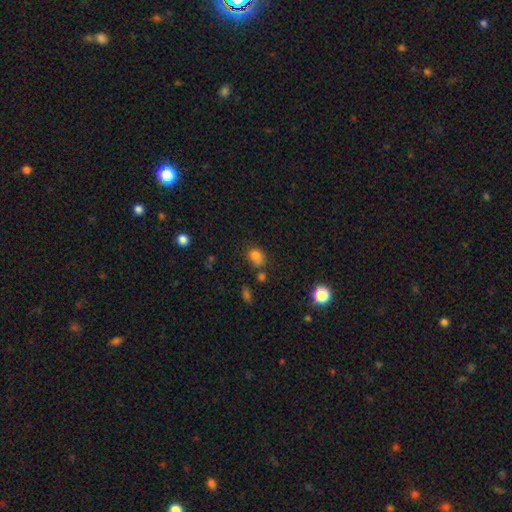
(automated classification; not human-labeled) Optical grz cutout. It shows a smooth galaxy with no disk features (78%) that is in between round and cigar-shaped (51%). Merging: none (56%).